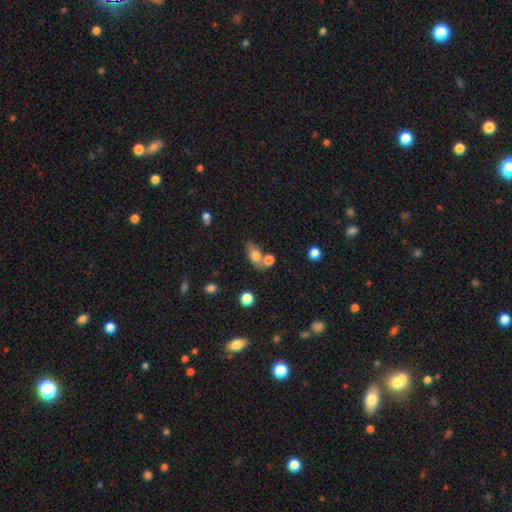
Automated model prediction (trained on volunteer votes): Smooth or featured? smooth (72%)
How rounded? in between (80%)
Merging? none (53%)